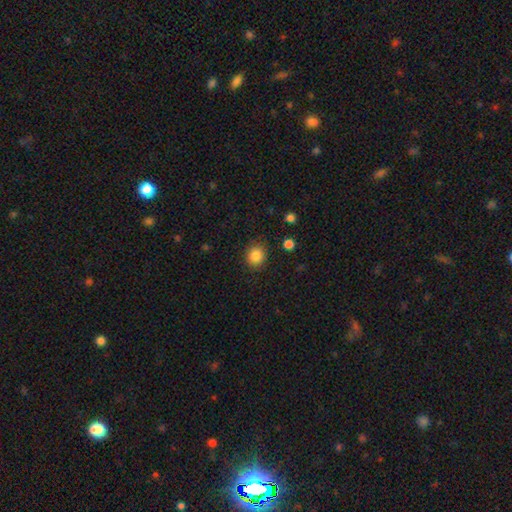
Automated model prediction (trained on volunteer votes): Smooth or featured? Predicted: smooth (p=0.85). How rounded? Predicted: round (p=0.80). Merging? Predicted: none (p=0.86).